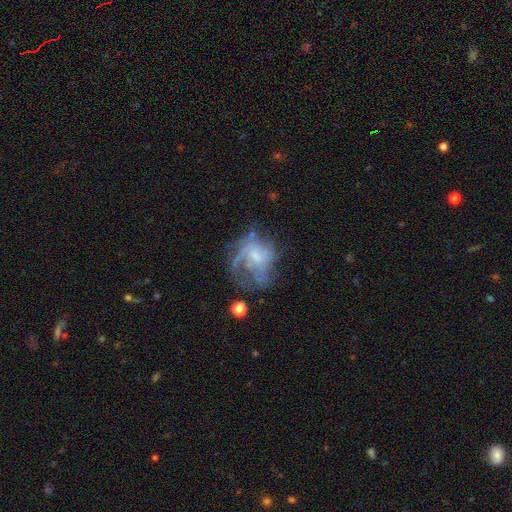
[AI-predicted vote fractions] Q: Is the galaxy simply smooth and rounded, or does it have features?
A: featured or disk — 68%.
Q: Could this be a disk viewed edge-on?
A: no — 98%.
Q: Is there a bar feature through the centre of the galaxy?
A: no — 63%.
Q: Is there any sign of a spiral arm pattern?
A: yes — 73%.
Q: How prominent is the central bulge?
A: small — 43%.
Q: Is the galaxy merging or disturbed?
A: major disturbance — 39%.